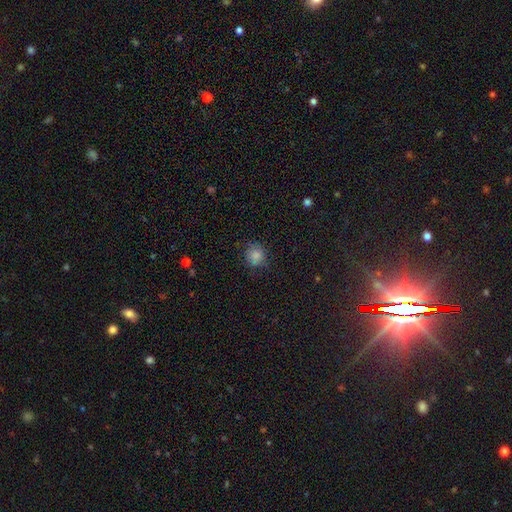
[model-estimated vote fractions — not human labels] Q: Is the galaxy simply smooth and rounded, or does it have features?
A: smooth — 84%.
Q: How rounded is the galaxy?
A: round — 86%.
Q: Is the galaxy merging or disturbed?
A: none — 81%.